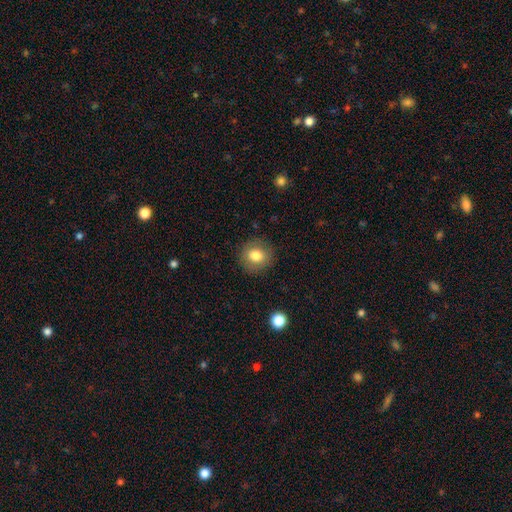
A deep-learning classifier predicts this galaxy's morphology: This is likely a smooth galaxy (79%). How rounded: clearly round (85%). Merging: clearly none (88%).